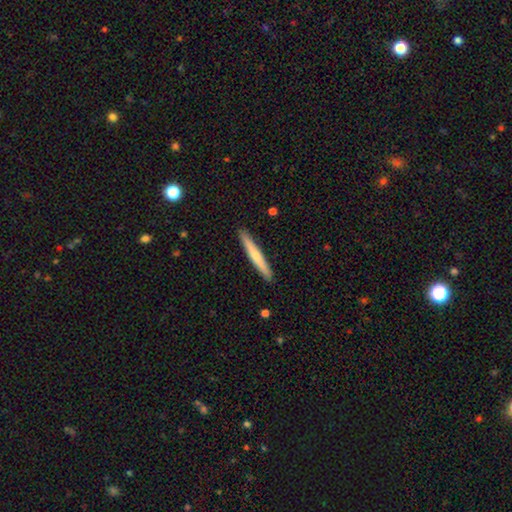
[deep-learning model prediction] Smooth or featured?
  - smooth: 53% *
  - featured or disk: 42%
  - star or artifact: 5%
How rounded?
  - cigar-shaped: 95% *
  - in between: 3%
  - round: 1%
Merging?
  - none: 92% *
  - minor disturbance: 6%
  - major disturbance: 1%
  - merger: 1%